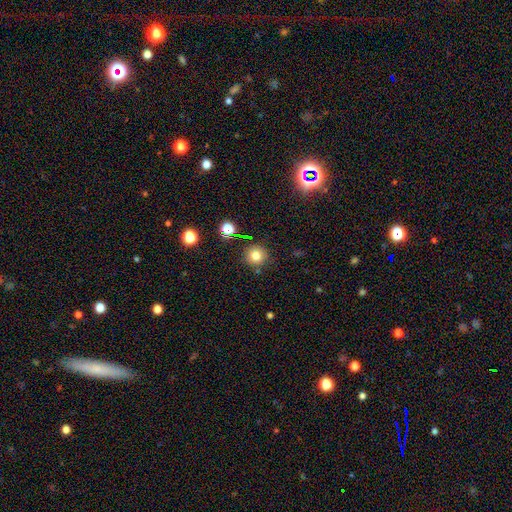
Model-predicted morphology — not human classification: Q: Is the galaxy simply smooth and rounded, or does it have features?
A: smooth — 77%.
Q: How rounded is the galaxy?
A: round — 93%.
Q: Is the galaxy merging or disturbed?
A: none — 84%.